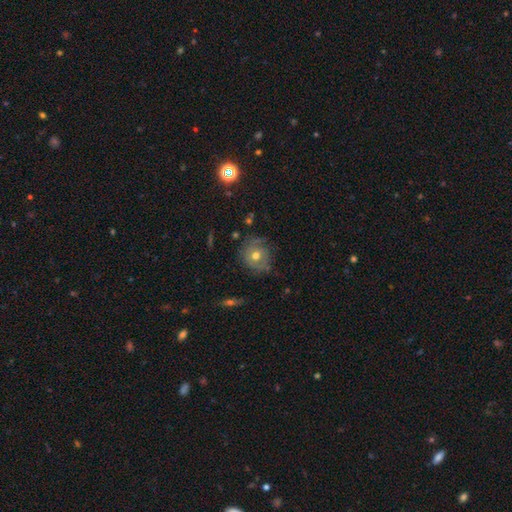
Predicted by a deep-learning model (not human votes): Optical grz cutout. It shows a featured or disk galaxy (49%). Merging: none (66%).